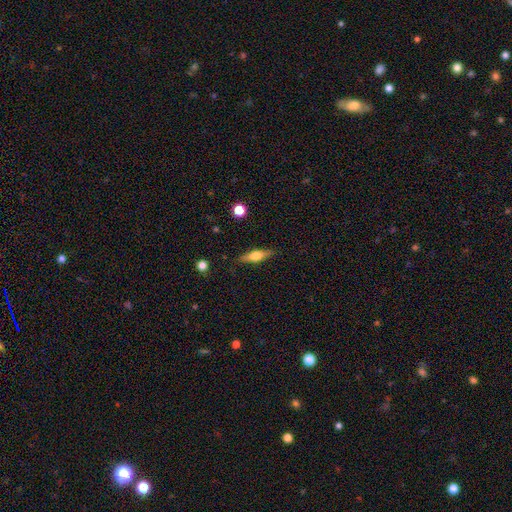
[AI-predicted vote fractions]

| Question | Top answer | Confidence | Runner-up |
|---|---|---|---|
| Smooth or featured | featured or disk | 53% | smooth (40%) |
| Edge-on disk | yes | 95% | no (5%) |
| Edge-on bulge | rounded | 89% | boxy (8%) |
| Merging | none | 87% | minor disturbance (10%) |